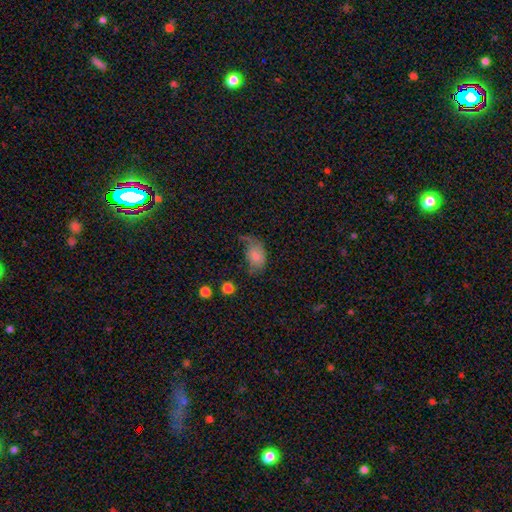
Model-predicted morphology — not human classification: Smooth or featured?
  - smooth: 71% *
  - featured or disk: 21%
  - star or artifact: 9%
How rounded?
  - in between: 84% *
  - round: 15%
  - cigar-shaped: 1%
Merging?
  - major disturbance: 33% *
  - minor disturbance: 32%
  - none: 31%
  - merger: 4%